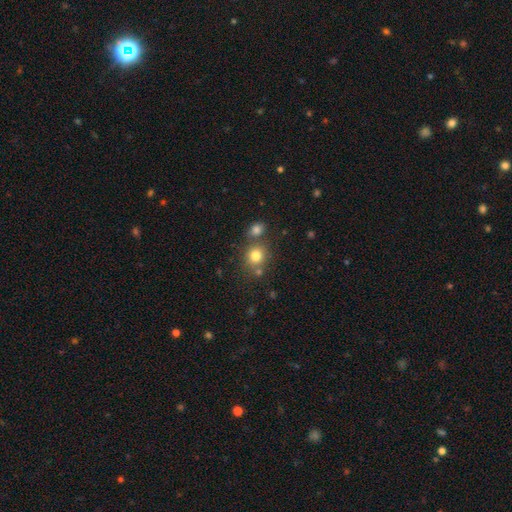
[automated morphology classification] Smooth or featured?
  - smooth: 78% *
  - star or artifact: 13%
  - featured or disk: 9%
How rounded?
  - round: 81% *
  - in between: 18%
  - cigar-shaped: 1%
Merging?
  - none: 63% *
  - merger: 24%
  - minor disturbance: 10%
  - major disturbance: 4%